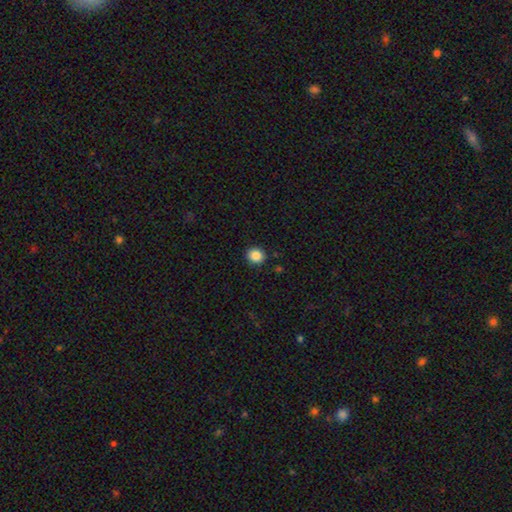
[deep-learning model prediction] The model was most divided on "how rounded": round: 86%, in between: 13%, cigar-shaped: 1%. More confident: merging — none (91%); smooth or featured — smooth (87%).